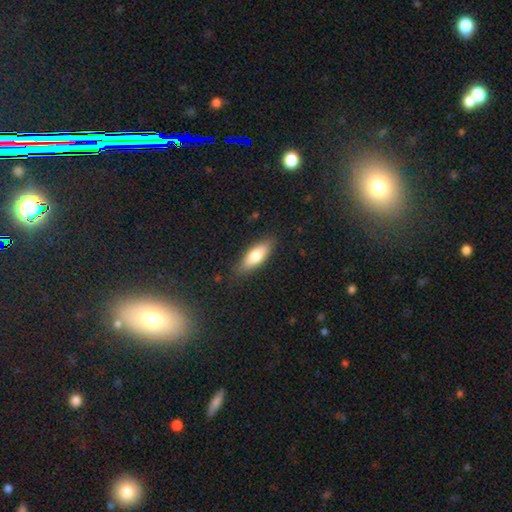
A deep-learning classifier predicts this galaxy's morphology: Q: Smooth or featured?
A: smooth (75%); runner-up: featured or disk (19%)
Q: How rounded?
A: in between (68%); runner-up: cigar-shaped (29%)
Q: Merging?
A: none (84%); runner-up: minor disturbance (13%)